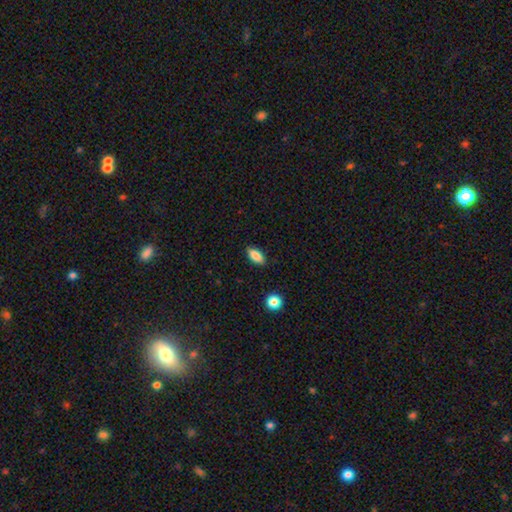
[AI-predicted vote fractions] smooth-or-featured: smooth: 85% | star or artifact: 8% | featured or disk: 7%
  how-rounded: in between: 88% | cigar-shaped: 9% | round: 3%
  merging: none: 88% | minor disturbance: 9% | major disturbance: 2% | merger: 1%